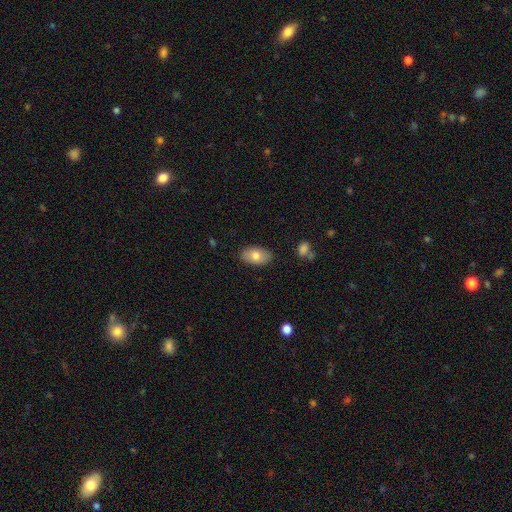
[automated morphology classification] This appears to be a smooth galaxy with no disk features (76%) that is in between round and cigar-shaped (92%). Merging: none (85%).